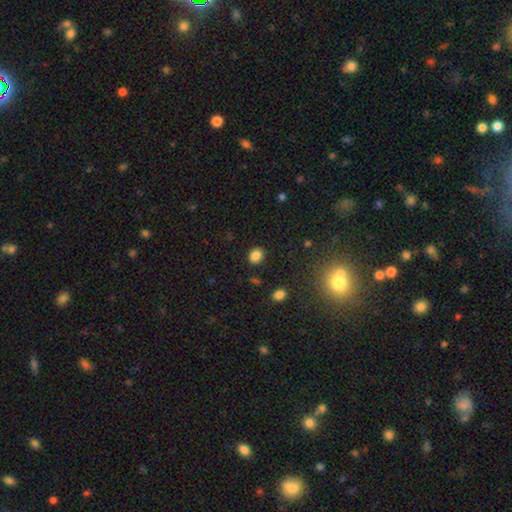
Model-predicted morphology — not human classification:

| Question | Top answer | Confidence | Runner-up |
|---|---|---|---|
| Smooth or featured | smooth | 85% | star or artifact (11%) |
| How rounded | round | 52% | in between (47%) |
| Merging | none | 88% | minor disturbance (8%) |